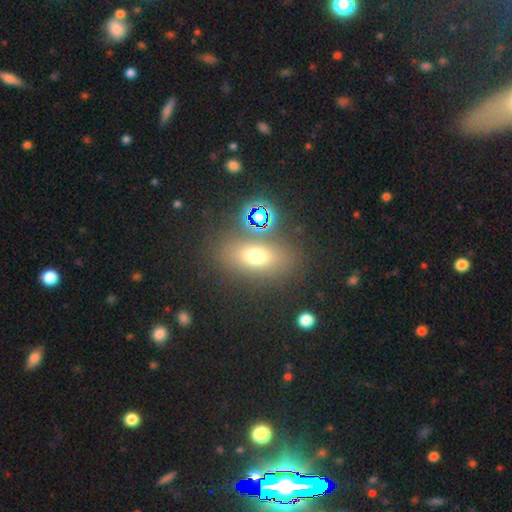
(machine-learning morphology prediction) smooth 66%, star or artifact 19%, featured or disk 15%. Down the decision tree: how rounded — in between (73%); merging — none (77%).